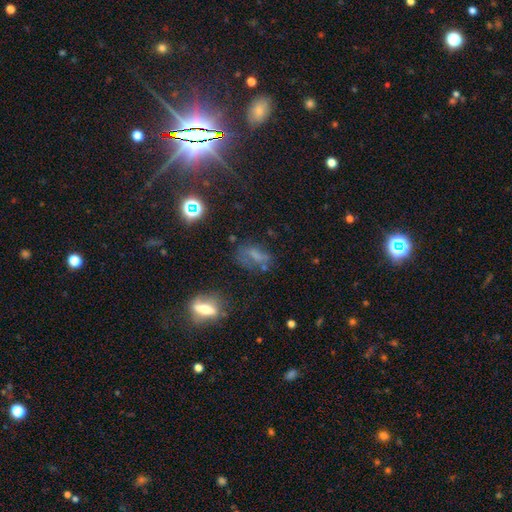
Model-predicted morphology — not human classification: The model was most divided on "smooth or featured": smooth: 45%, featured or disk: 28%, star or artifact: 27%. More confident: merging — none (50%).